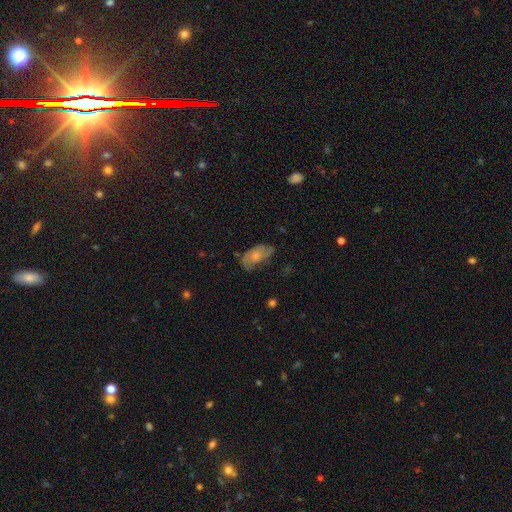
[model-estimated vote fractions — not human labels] Overall: smooth (58%; featured or disk 34%). How rounded: in between (91%). Merging: none (51%; minor disturbance 32%).